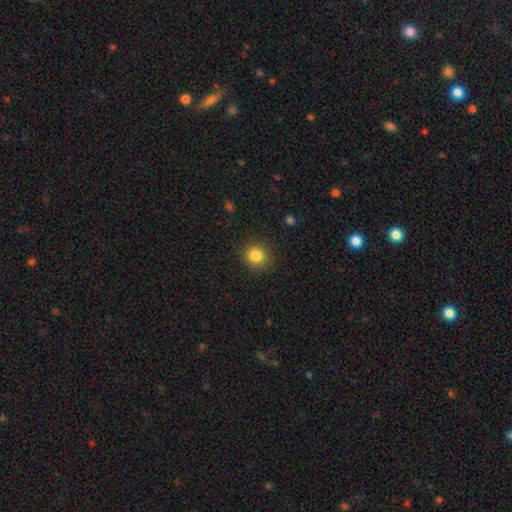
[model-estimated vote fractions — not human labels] Smooth or featured?
  - smooth: 85% *
  - star or artifact: 11%
  - featured or disk: 5%
How rounded?
  - round: 84% *
  - in between: 15%
  - cigar-shaped: 1%
Merging?
  - none: 89% *
  - minor disturbance: 7%
  - major disturbance: 3%
  - merger: 1%